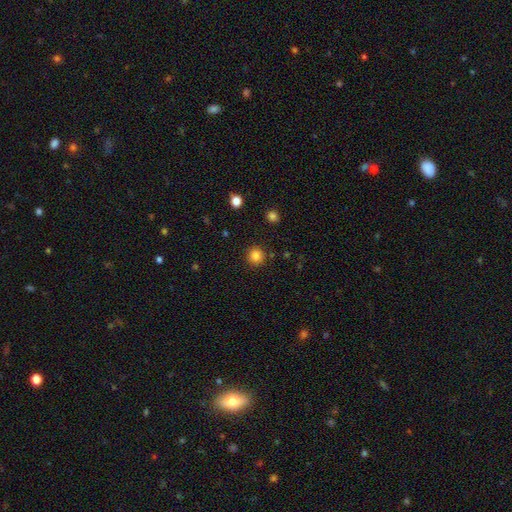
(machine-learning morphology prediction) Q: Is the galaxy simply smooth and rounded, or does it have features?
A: smooth — 84%.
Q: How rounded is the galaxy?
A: round — 91%.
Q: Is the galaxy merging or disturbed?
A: none — 90%.